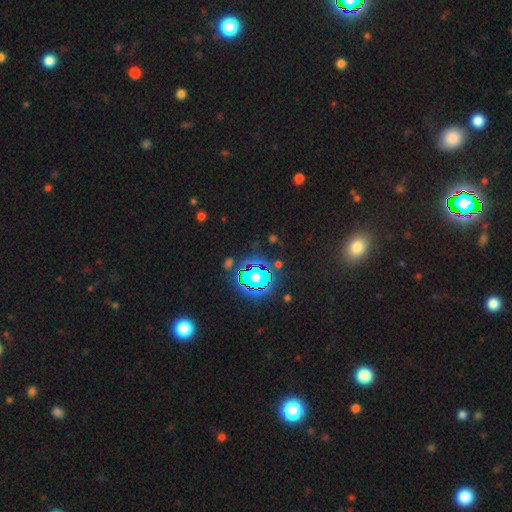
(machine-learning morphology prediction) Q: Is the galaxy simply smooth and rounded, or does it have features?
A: star or artifact — 76%.